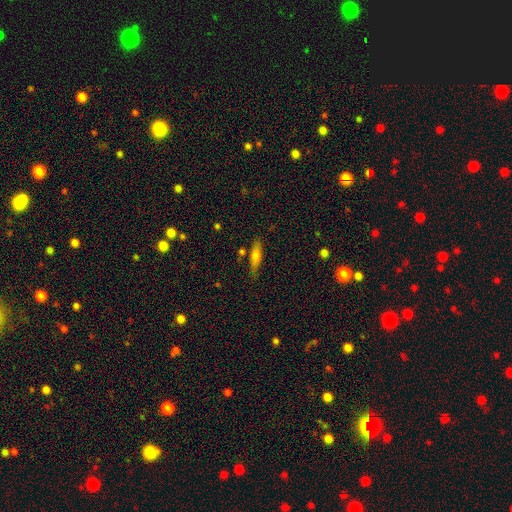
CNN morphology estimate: Smooth or featured: smooth — 64% (featured or disk — 28%)
How rounded: cigar-shaped — 67% (in between — 31%)
Merging: none — 77% (minor disturbance — 14%)